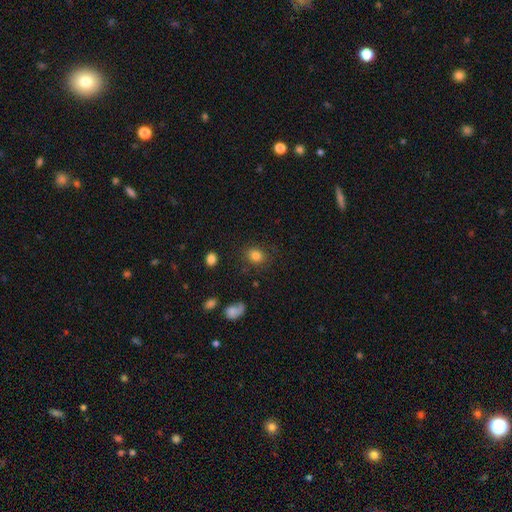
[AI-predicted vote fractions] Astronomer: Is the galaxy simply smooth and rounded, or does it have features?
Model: smooth — 82%.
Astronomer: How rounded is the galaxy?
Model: round — 62%.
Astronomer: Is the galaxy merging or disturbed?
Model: none — 83%.